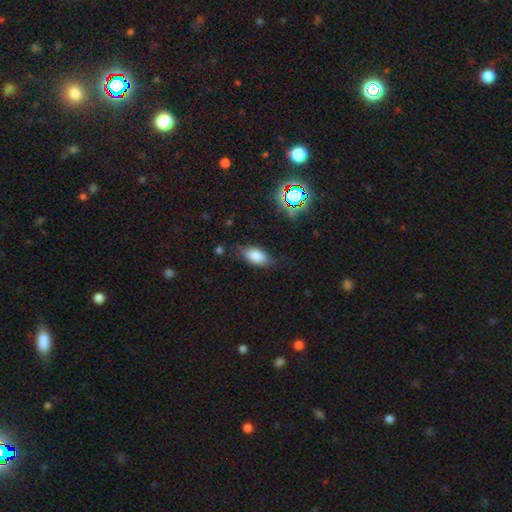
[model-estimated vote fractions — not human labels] Smooth or featured?
  - smooth: 82% *
  - star or artifact: 9%
  - featured or disk: 9%
How rounded?
  - in between: 91% *
  - cigar-shaped: 5%
  - round: 4%
Merging?
  - none: 75% *
  - minor disturbance: 19%
  - major disturbance: 5%
  - merger: 2%